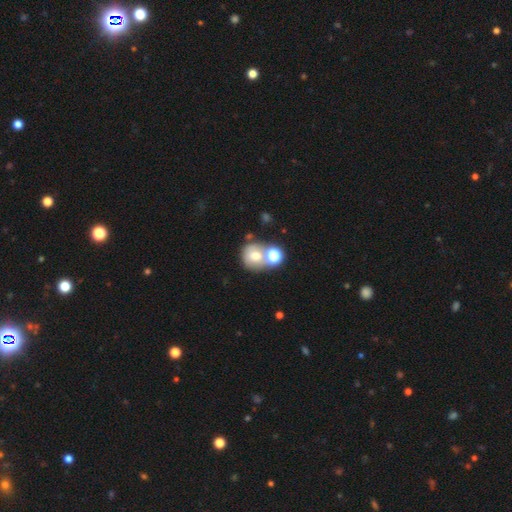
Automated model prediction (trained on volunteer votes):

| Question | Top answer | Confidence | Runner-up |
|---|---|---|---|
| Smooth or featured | smooth | 65% | featured or disk (20%) |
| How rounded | round | 80% | in between (19%) |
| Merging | none | 41% | tied: merger (41%) |